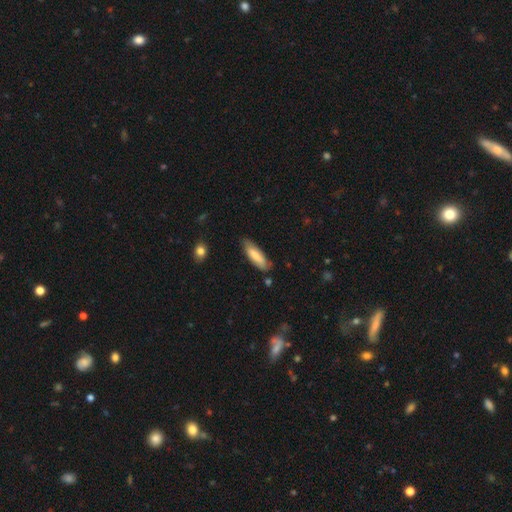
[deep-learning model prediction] smooth-or-featured: smooth: 75% | featured or disk: 20% | star or artifact: 6%
  how-rounded: cigar-shaped: 58% | in between: 41% | round: 1%
  merging: none: 76% | minor disturbance: 19% | major disturbance: 3% | merger: 2%